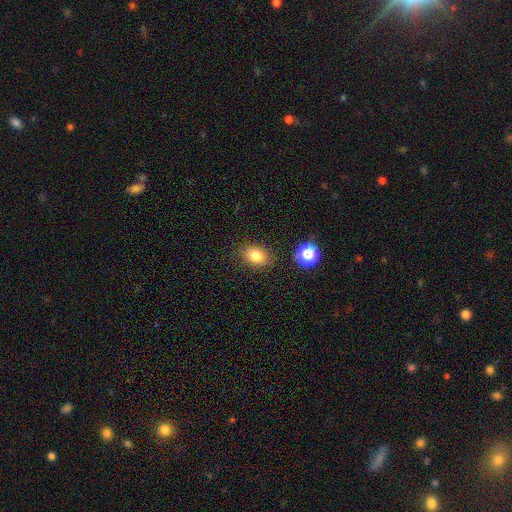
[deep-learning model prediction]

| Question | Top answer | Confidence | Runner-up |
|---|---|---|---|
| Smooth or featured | smooth | 80% | star or artifact (13%) |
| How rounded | in between | 64% | round (35%) |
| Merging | none | 84% | minor disturbance (10%) |